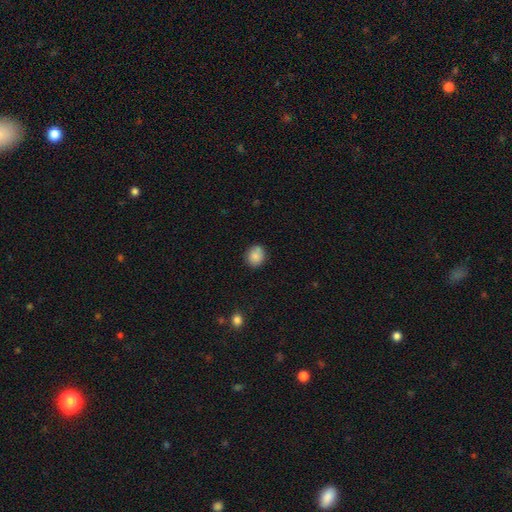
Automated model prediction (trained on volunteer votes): smooth-or-featured: smooth: 86% | star or artifact: 9% | featured or disk: 6%
  how-rounded: round: 73% | in between: 26% | cigar-shaped: 1%
  merging: none: 82% | minor disturbance: 13% | major disturbance: 3% | merger: 2%